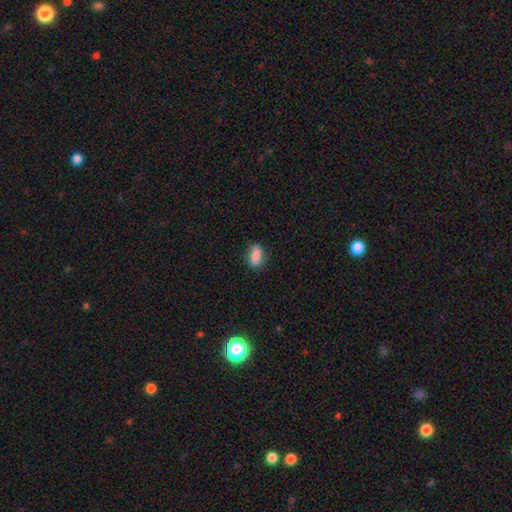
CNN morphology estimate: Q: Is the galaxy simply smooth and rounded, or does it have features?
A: smooth — 80%.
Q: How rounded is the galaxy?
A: in between — 83%.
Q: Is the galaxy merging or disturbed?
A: none — 73%.